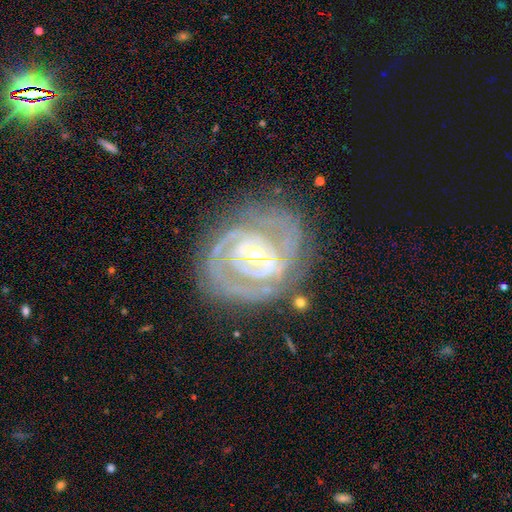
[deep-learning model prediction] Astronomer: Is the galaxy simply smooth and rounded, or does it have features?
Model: featured or disk — 88%.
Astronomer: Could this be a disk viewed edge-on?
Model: no — 96%.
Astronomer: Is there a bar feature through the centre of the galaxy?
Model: no — 41% (runner-up: weak, 36%).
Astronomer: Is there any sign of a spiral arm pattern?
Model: yes — 92%.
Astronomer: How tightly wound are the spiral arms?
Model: tight — 71%.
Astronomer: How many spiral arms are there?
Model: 2 — 36% (runner-up: can't tell, 26%).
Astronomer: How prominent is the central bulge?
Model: moderate — 53% (runner-up: small, 41%).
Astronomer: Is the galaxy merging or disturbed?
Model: none — 71%.